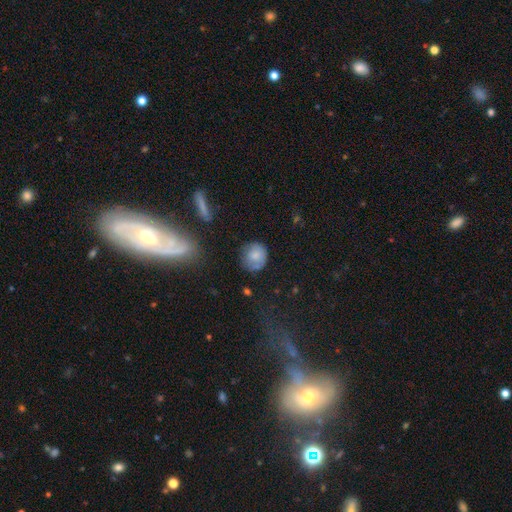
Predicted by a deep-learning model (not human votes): Morphology: type=smooth (75%); roundness=round (81%); merging=none (64%).